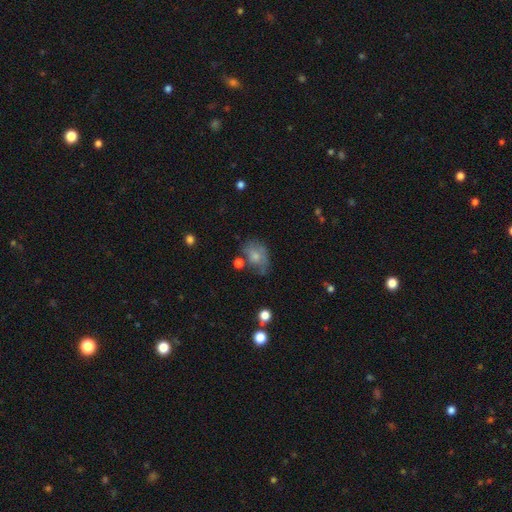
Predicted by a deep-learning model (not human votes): Q: Smooth or featured?
A: smooth (62%); runner-up: featured or disk (28%)
Q: How rounded?
A: in between (70%); runner-up: round (29%)
Q: Merging?
A: none (39%); runner-up: minor disturbance (31%)